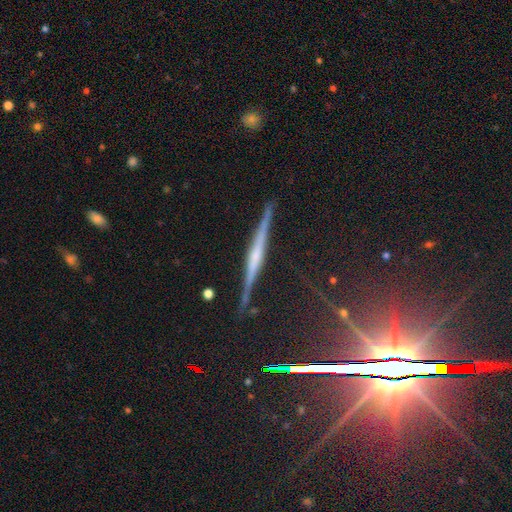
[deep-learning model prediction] Smooth or featured? featured or disk (71%)
Edge-on disk? yes (98%)
Edge-on bulge? rounded (41%)
Merging? none (88%)